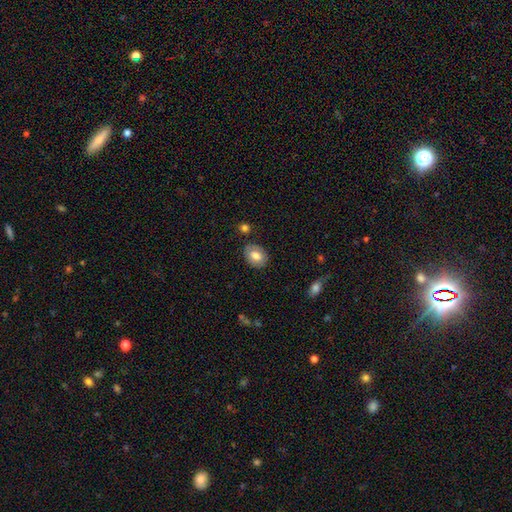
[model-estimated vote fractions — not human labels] smooth-or-featured: smooth: 73% | featured or disk: 20% | star or artifact: 7%
  how-rounded: in between: 66% | round: 33% | cigar-shaped: 1%
  merging: none: 83% | minor disturbance: 12% | major disturbance: 3% | merger: 2%